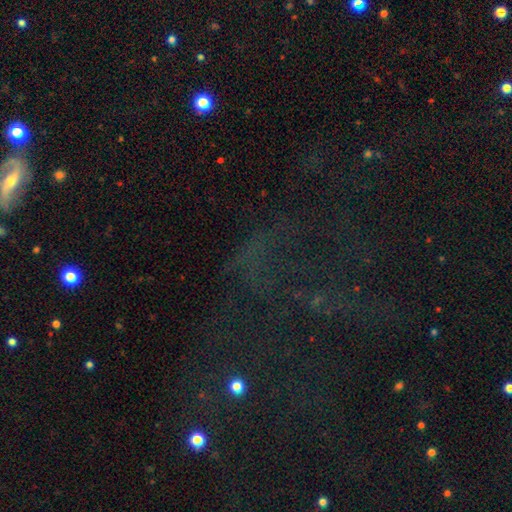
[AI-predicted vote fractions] Smooth or featured? Predicted: star or artifact (p=0.64).